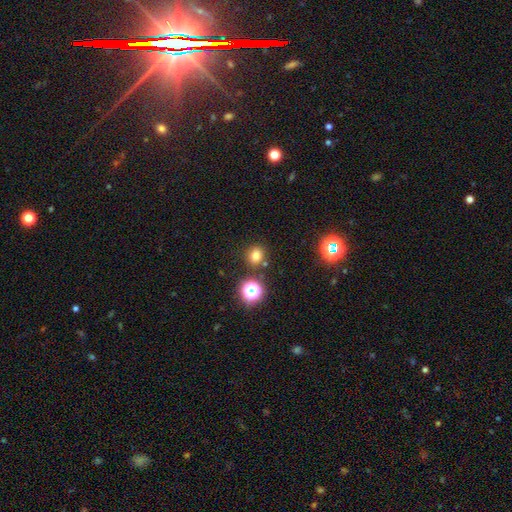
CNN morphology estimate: This is likely a smooth galaxy (74%). How rounded: likely round (75%). Merging: clearly none (81%).